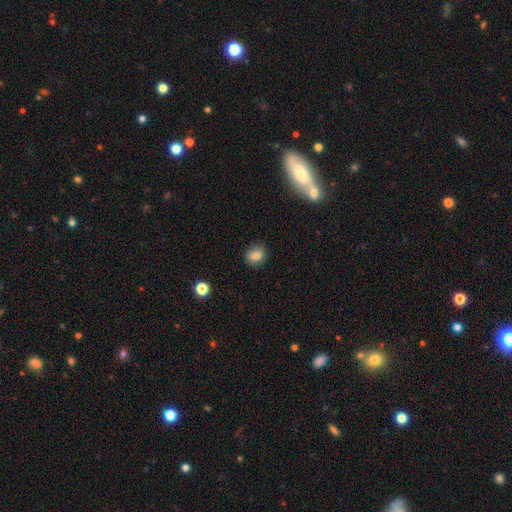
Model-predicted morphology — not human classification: Smooth or featured?
  - smooth: 80% *
  - star or artifact: 11%
  - featured or disk: 9%
How rounded?
  - round: 66% *
  - in between: 33%
  - cigar-shaped: 1%
Merging?
  - none: 84% *
  - minor disturbance: 11%
  - major disturbance: 3%
  - merger: 2%